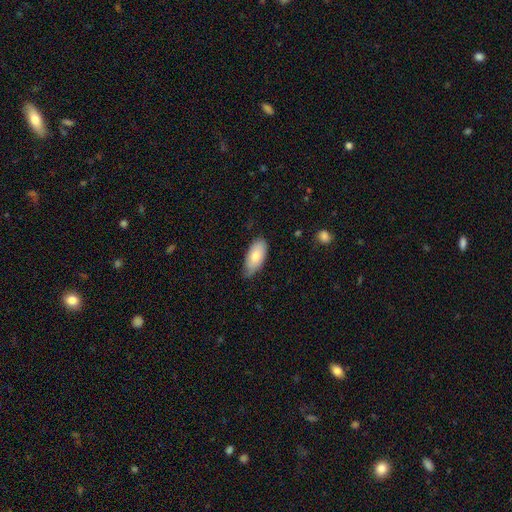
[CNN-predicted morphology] Smooth or featured?
  - smooth: 78% *
  - featured or disk: 16%
  - star or artifact: 6%
How rounded?
  - in between: 92% *
  - cigar-shaped: 6%
  - round: 2%
Merging?
  - none: 68% *
  - minor disturbance: 27%
  - major disturbance: 4%
  - merger: 1%